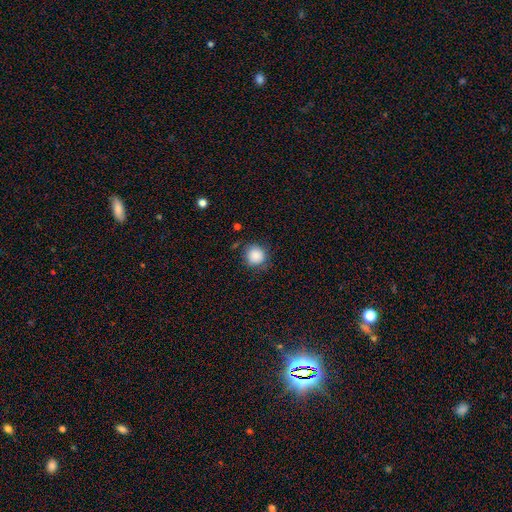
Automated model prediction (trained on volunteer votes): Smooth or featured: smooth — 86% (star or artifact — 9%)
How rounded: round — 91% (in between — 8%)
Merging: none — 78% (minor disturbance — 16%)